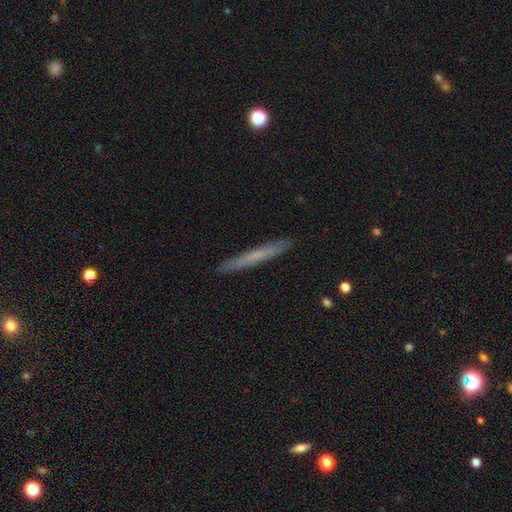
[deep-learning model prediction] Q: Smooth or featured?
A: smooth (54%); runner-up: featured or disk (39%)
Q: How rounded?
A: cigar-shaped (97%); runner-up: in between (2%)
Q: Merging?
A: none (91%); runner-up: minor disturbance (7%)